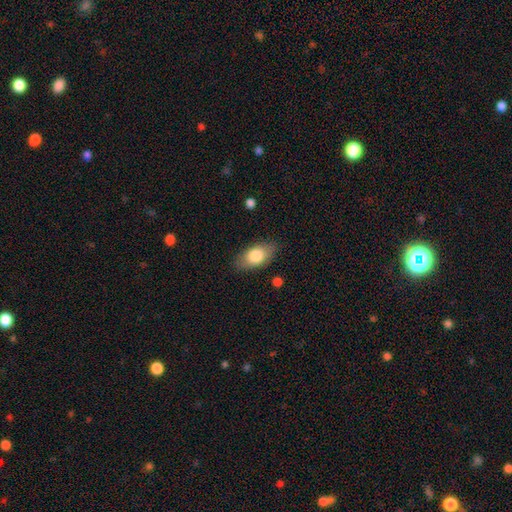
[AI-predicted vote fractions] Smooth or featured? smooth (79%)
How rounded? in between (90%)
Merging? none (83%)